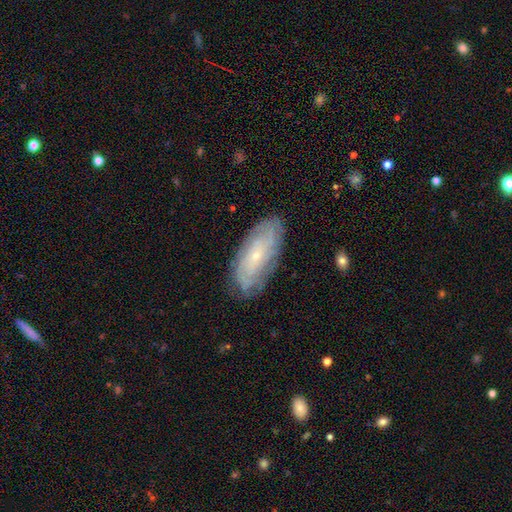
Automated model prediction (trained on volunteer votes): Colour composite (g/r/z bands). It shows a featured or disk galaxy (66%) with no bar (77%), spiral arms (81%) and a small central bulge (82%). Merging: none (80%).